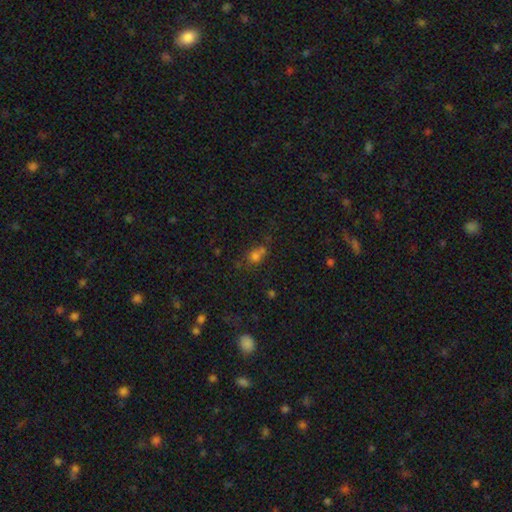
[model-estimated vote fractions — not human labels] smooth-or-featured: smooth: 65% | star or artifact: 23% | featured or disk: 11%
  how-rounded: round: 71% | in between: 28% | cigar-shaped: 2%
  merging: none: 42% | merger: 41% | minor disturbance: 11% | major disturbance: 6%